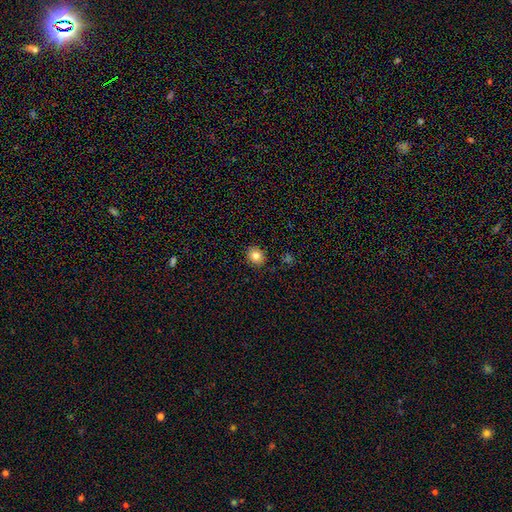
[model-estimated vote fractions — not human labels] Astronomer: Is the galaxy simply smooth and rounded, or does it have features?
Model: smooth — 82%.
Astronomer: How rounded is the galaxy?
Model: round — 80%.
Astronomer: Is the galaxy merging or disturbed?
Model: none — 90%.